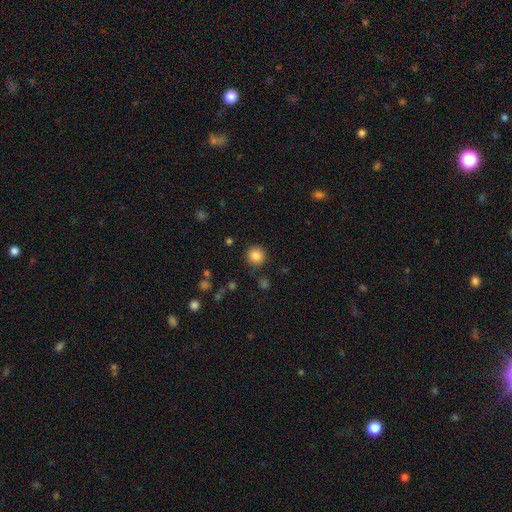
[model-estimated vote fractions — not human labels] smooth-or-featured: smooth: 85% | star or artifact: 11% | featured or disk: 4%
  how-rounded: round: 94% | in between: 5% | cigar-shaped: 1%
  merging: none: 88% | minor disturbance: 8% | major disturbance: 3% | merger: 2%